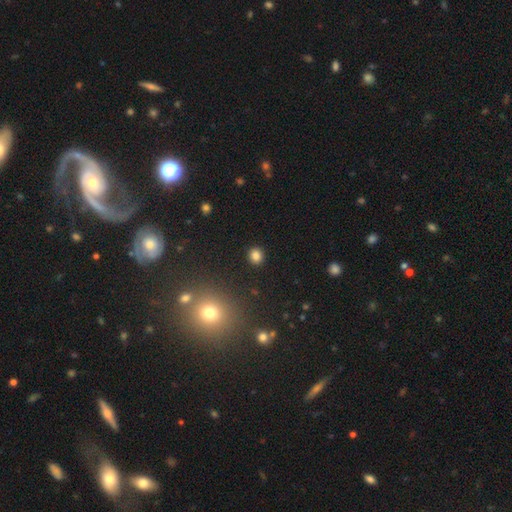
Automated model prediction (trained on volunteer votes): smooth-or-featured: smooth: 83% | star or artifact: 13% | featured or disk: 4%
  how-rounded: round: 84% | in between: 15% | cigar-shaped: 1%
  merging: none: 91% | minor disturbance: 5% | major disturbance: 2% | merger: 2%